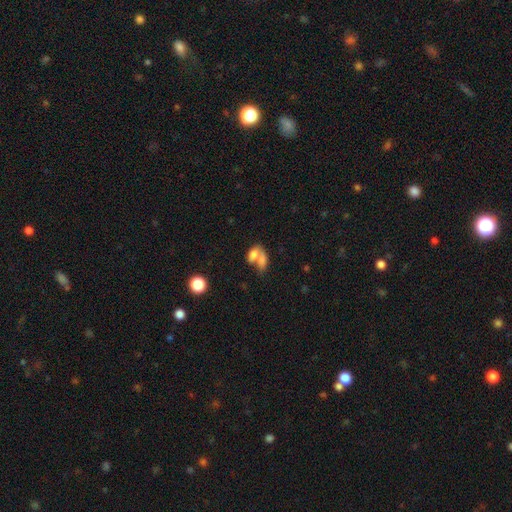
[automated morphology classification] smooth 73%, featured or disk 18%, star or artifact 10%. Down the decision tree: how rounded — in between (83%); merging — merger (68%).